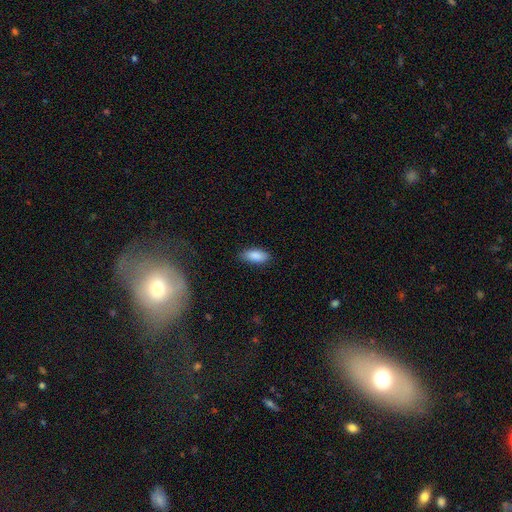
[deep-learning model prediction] Smooth or featured? Predicted: smooth (p=0.89). How rounded? Predicted: in between (p=0.88). Merging? Predicted: none (p=0.82).